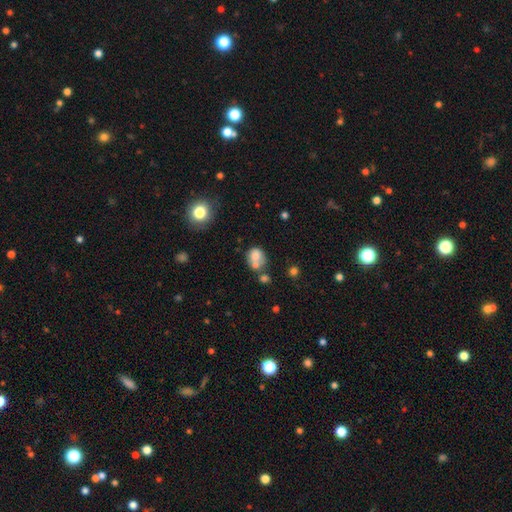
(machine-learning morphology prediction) smooth_or_featured: smooth (p=0.69) [alt: featured or disk p=0.20]
how_rounded: round (p=0.60) [alt: in between p=0.39]
merging: merger (p=0.41) [alt: none p=0.33]